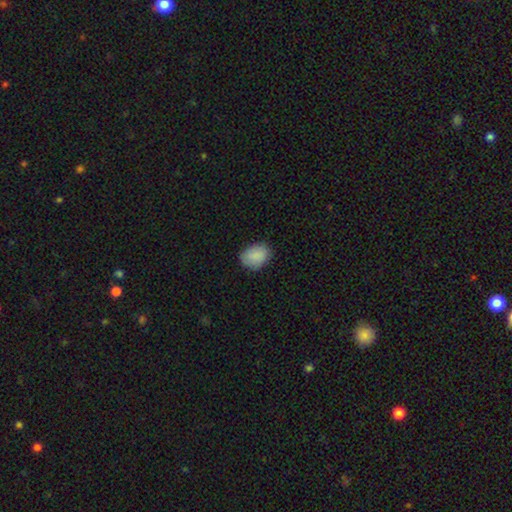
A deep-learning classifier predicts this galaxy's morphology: A smooth galaxy with no disk features (88%) that is in between round and cigar-shaped (67%).

Vote fractions:
- Smooth or featured? smooth: 88% / star or artifact: 7% / featured or disk: 5%
- How rounded? in between: 67% / round: 32% / cigar-shaped: 1%
- Merging? none: 79% / minor disturbance: 17% / major disturbance: 3% / merger: 1%